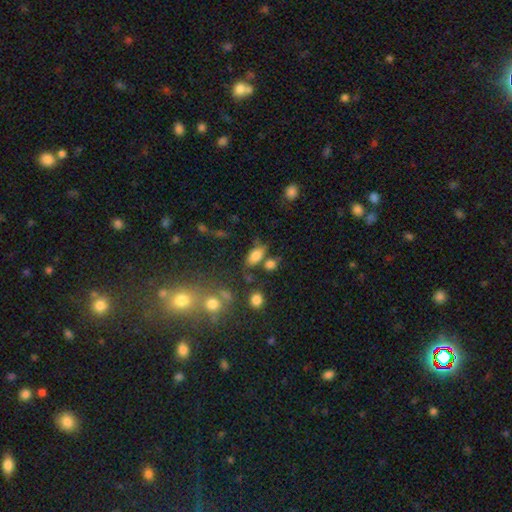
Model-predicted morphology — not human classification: Smooth or featured? Predicted: smooth (p=0.79). How rounded? Predicted: in between (p=0.87). Merging? Predicted: none (p=0.67).